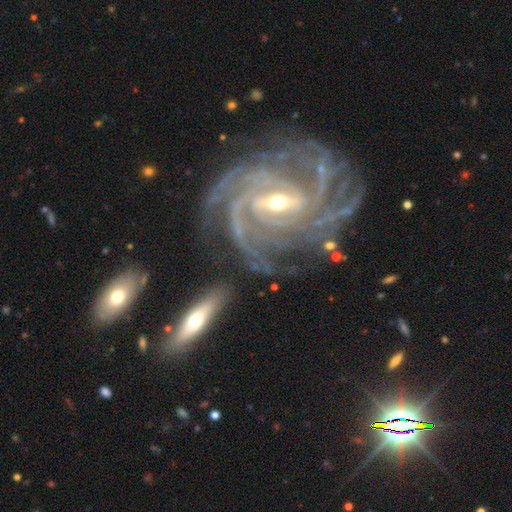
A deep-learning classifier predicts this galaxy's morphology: A featured or disk galaxy (91%) with a strong bar (49%), 4 (37%) tight (64%) spiral arms (98%) and a small central bulge (50%). Merging: none (65%).